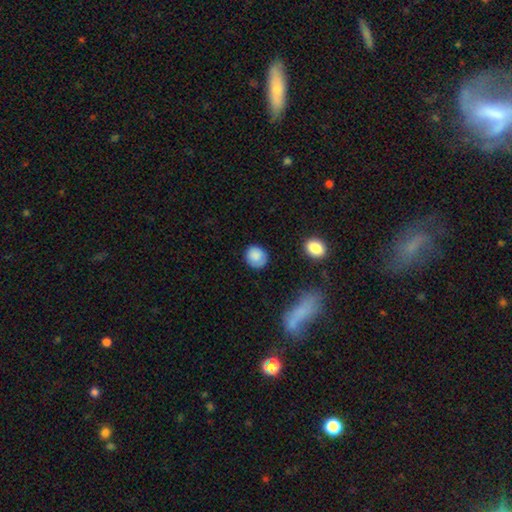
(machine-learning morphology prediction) The model was most divided on "how rounded": round: 78%, in between: 21%, cigar-shaped: 1%. More confident: smooth or featured — smooth (83%); merging — none (76%).